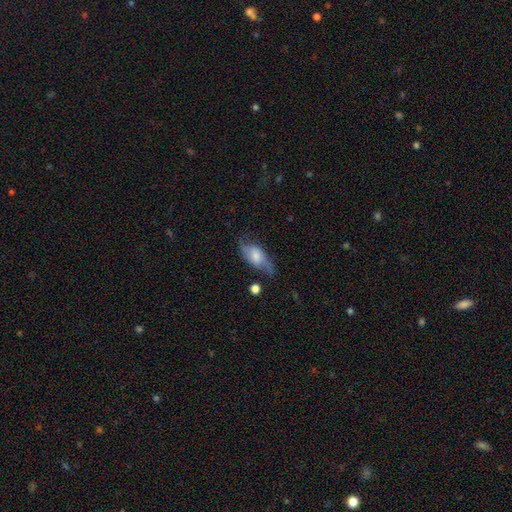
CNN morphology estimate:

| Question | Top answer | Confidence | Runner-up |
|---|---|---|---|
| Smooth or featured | featured or disk | 51% | smooth (42%) |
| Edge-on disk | no | 84% | yes (16%) |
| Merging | none | 59% | minor disturbance (26%) |